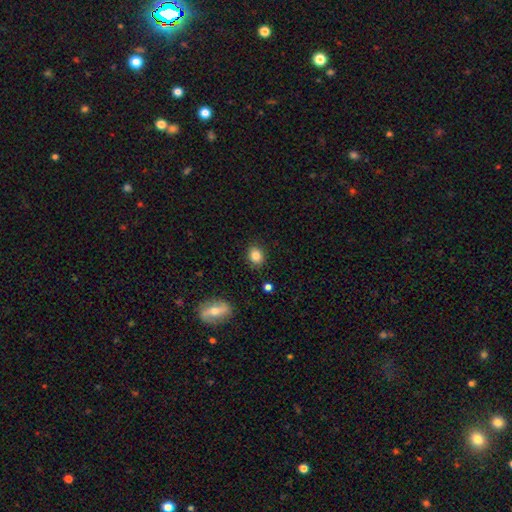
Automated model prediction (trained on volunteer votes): Q: Smooth or featured?
A: smooth (83%); runner-up: star or artifact (10%)
Q: How rounded?
A: round (57%); runner-up: in between (42%)
Q: Merging?
A: none (87%); runner-up: minor disturbance (9%)